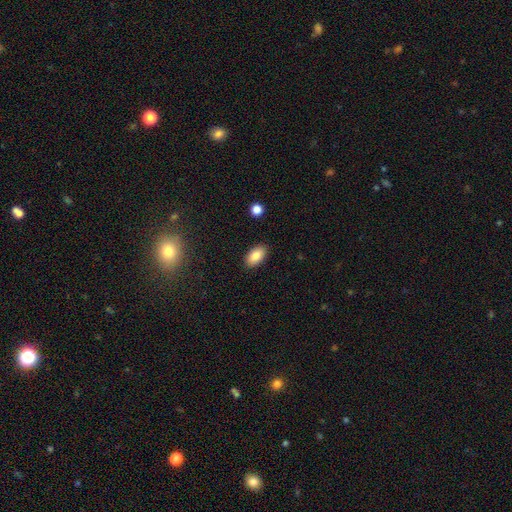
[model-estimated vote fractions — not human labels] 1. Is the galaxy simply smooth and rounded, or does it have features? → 86% smooth, 8% star or artifact, 7% featured or disk.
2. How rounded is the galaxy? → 94% in between, 4% round, 2% cigar-shaped.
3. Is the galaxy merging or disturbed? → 88% none, 9% minor disturbance, 2% major disturbance, 1% merger.